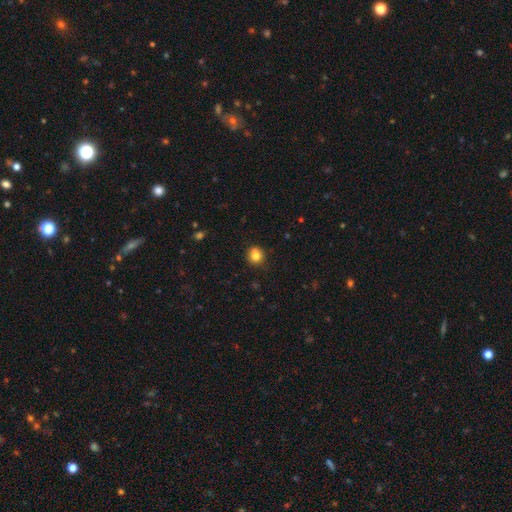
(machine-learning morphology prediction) type=smooth (82%); roundness=round (82%); merging=none (82%).